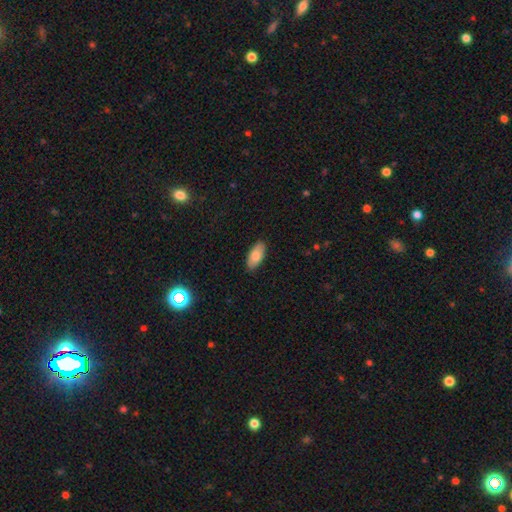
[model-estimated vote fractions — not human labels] Morphology: type=smooth (82%); roundness=in between (88%); merging=none (88%).